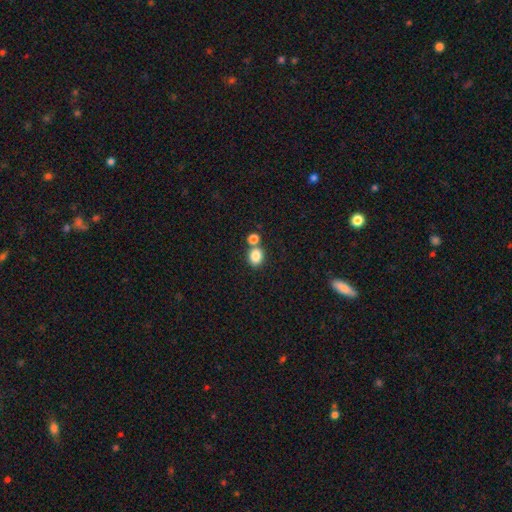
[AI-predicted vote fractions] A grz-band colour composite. It shows a smooth galaxy with no disk features (84%) that is round (54%). Merging: none (56%).